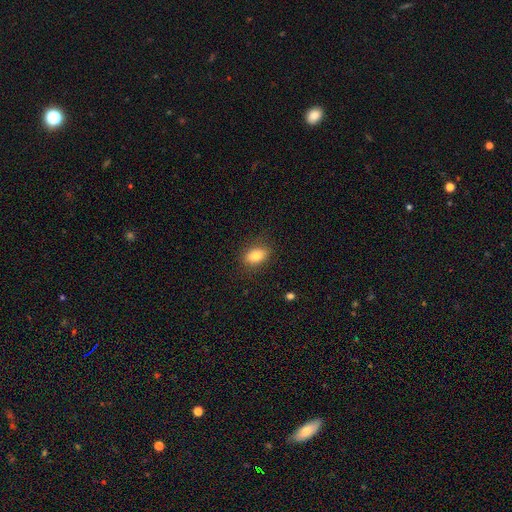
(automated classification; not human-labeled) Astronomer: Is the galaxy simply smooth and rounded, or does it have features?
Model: smooth — 82%.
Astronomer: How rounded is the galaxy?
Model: in between — 85%.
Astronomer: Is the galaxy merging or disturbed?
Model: none — 84%.